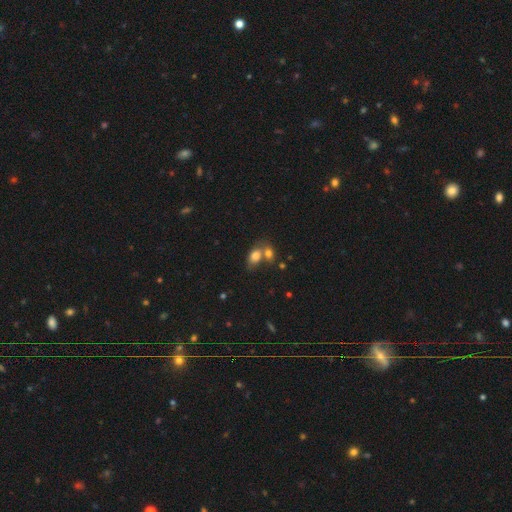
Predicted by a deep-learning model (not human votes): Q: Smooth or featured?
A: smooth (79%); runner-up: featured or disk (11%)
Q: How rounded?
A: in between (76%); runner-up: round (22%)
Q: Merging?
A: merger (54%); runner-up: none (31%)